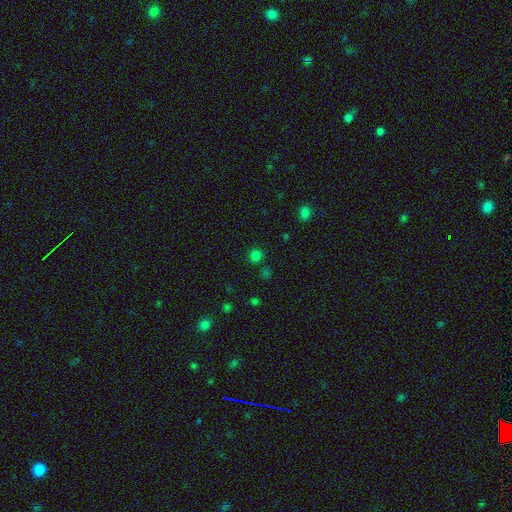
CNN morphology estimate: This appears to be a smooth galaxy with no disk features (74%) that is round (90%). Merging: none (84%).